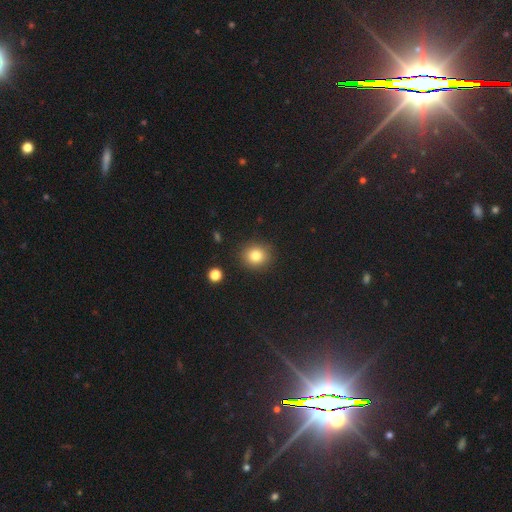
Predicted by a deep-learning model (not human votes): smooth-or-featured: smooth: 81% | star or artifact: 12% | featured or disk: 7%
  how-rounded: round: 83% | in between: 16% | cigar-shaped: 1%
  merging: none: 88% | minor disturbance: 7% | major disturbance: 2% | merger: 2%